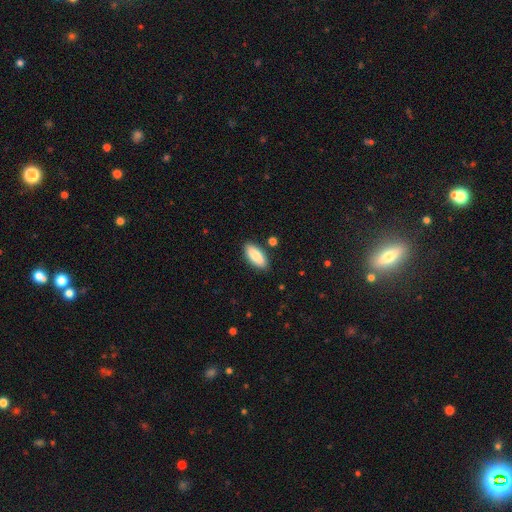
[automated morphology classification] smooth 85%, featured or disk 9%, star or artifact 6%. Down the decision tree: how rounded — in between (78%); merging — none (86%).